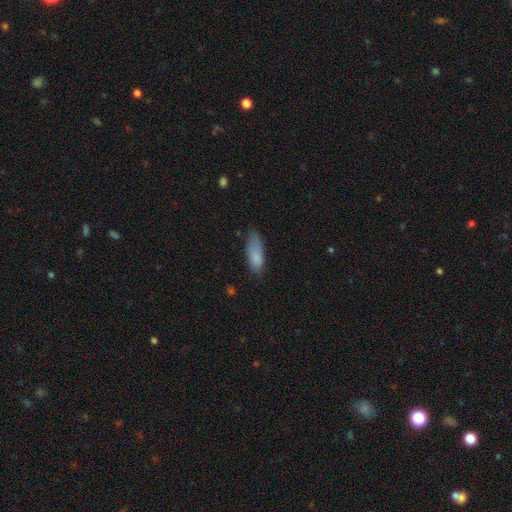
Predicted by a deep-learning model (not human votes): Morphology: type=smooth (85%); roundness=in between (69%); merging=none (65%).